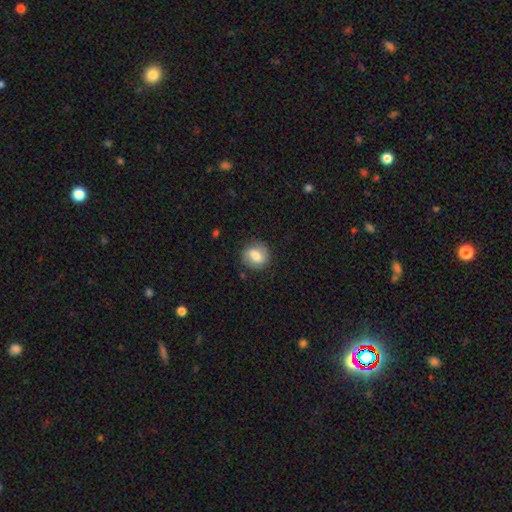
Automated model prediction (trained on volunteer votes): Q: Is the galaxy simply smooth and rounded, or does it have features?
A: smooth — 67%.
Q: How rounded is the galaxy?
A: round — 76%.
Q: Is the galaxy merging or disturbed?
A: none — 82%.